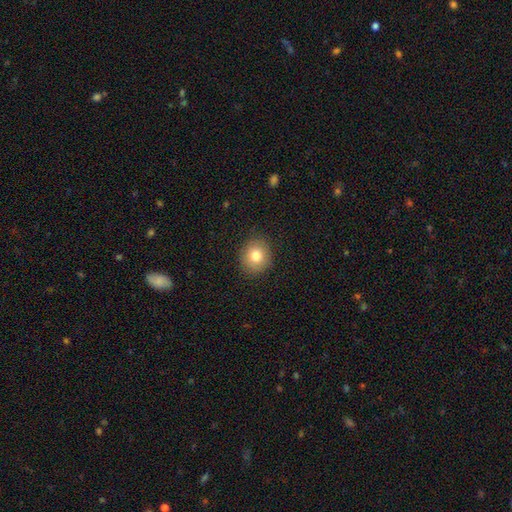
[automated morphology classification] Overall: smooth (80%). How rounded: round (82%). Merging: none (88%).